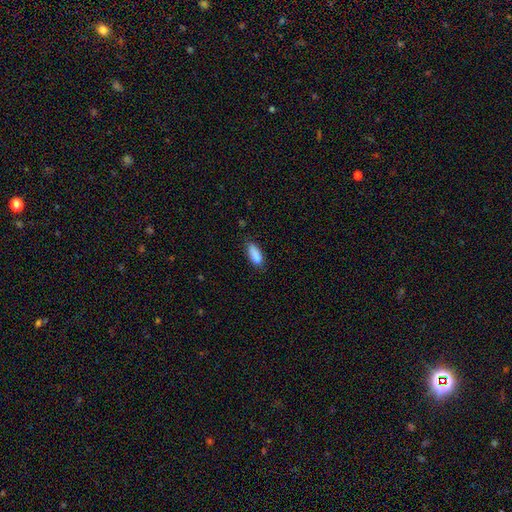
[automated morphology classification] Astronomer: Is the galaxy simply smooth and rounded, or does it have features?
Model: smooth — 86%.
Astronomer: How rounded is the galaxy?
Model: in between — 74%.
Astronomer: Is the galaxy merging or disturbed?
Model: none — 65%.